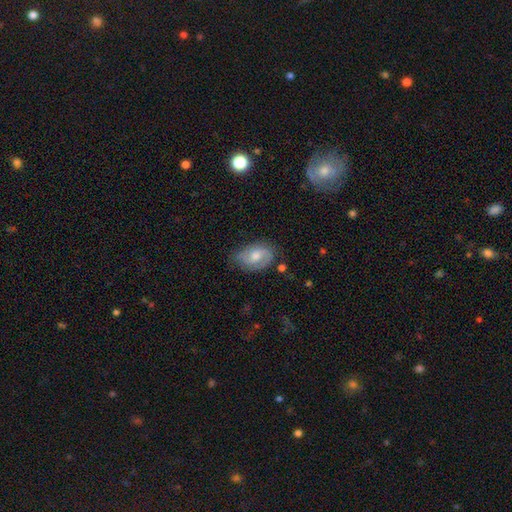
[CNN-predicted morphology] featured or disk 55%, smooth 37%, star or artifact 8%. Down the decision tree: edge-on disk — no (95%); bar — no (54%); spiral arms — yes (83%); bulge size — moderate (63%); merging — none (68%).